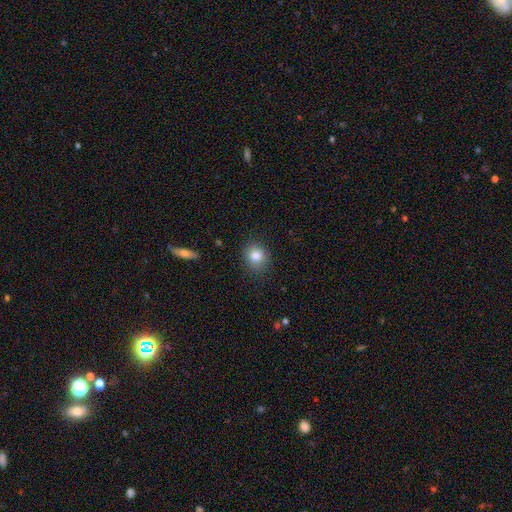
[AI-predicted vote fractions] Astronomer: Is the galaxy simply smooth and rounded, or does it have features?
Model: smooth — 84%.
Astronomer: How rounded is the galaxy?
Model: round — 72%.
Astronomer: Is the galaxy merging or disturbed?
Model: none — 84%.